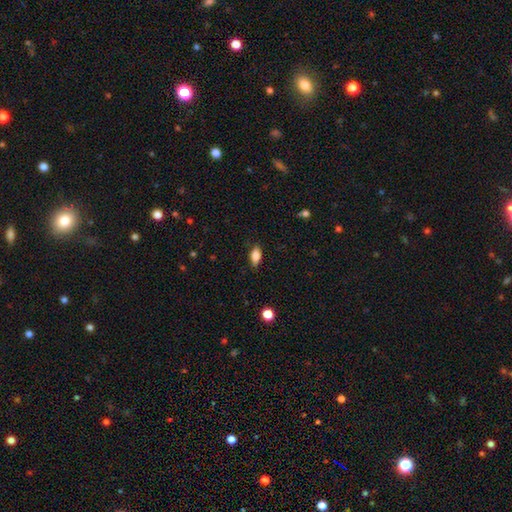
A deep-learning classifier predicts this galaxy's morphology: Smooth or featured? smooth (84%)
How rounded? in between (88%)
Merging? none (85%)